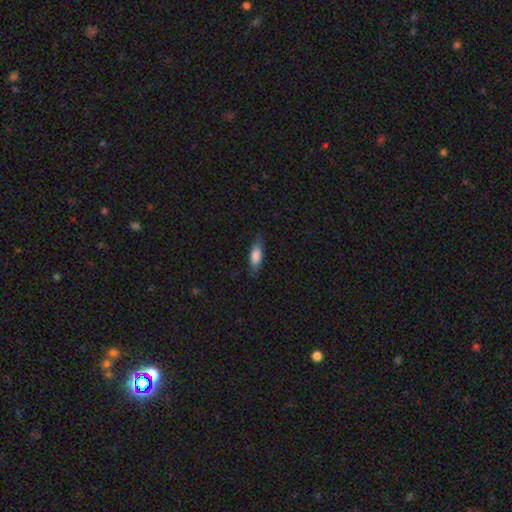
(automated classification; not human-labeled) A smooth galaxy with no disk features (80%) that is in between round and cigar-shaped (68%). Merging: none (78%).